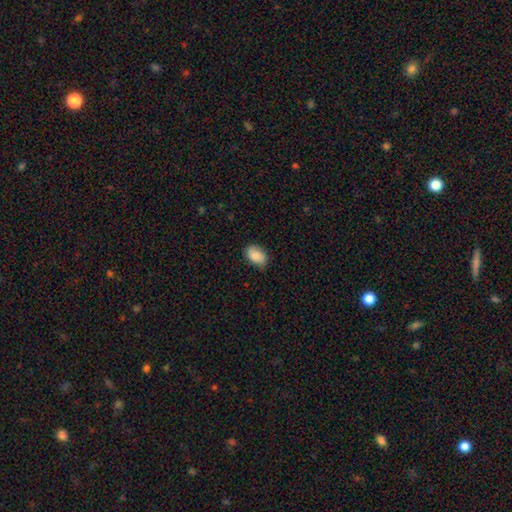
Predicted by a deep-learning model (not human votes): Smooth or featured?
  - smooth: 88% *
  - star or artifact: 7%
  - featured or disk: 6%
How rounded?
  - in between: 89% *
  - round: 9%
  - cigar-shaped: 1%
Merging?
  - none: 80% *
  - minor disturbance: 16%
  - major disturbance: 3%
  - merger: 1%